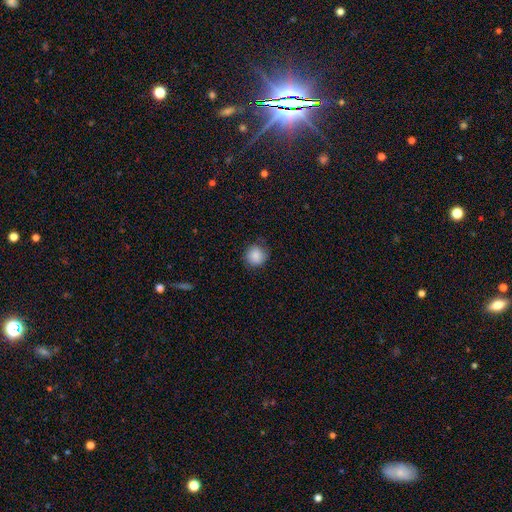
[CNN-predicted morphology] Smooth or featured? Predicted: smooth (p=0.87). How rounded? Predicted: round (p=0.89). Merging? Predicted: none (p=0.78).